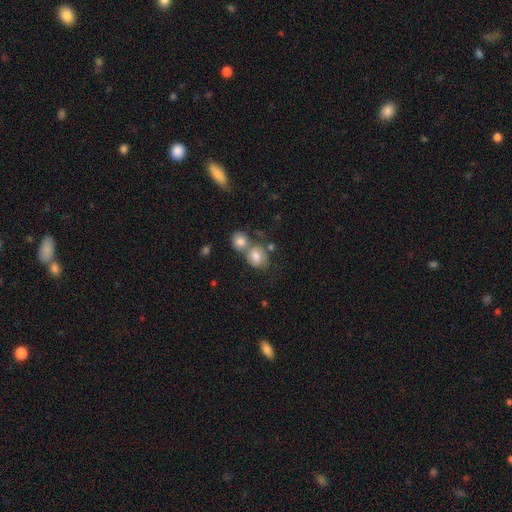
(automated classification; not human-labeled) Smooth or featured? smooth (75%)
How rounded? round (61%)
Merging? merger (51%)